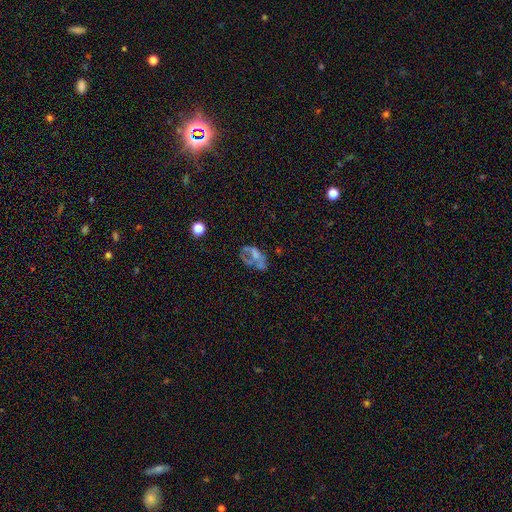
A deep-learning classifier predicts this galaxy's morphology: The model was most divided on "merging": none: 35%, major disturbance: 33%, minor disturbance: 21%, merger: 11%. More confident: edge-on disk — no (97%); smooth or featured — featured or disk (50%).